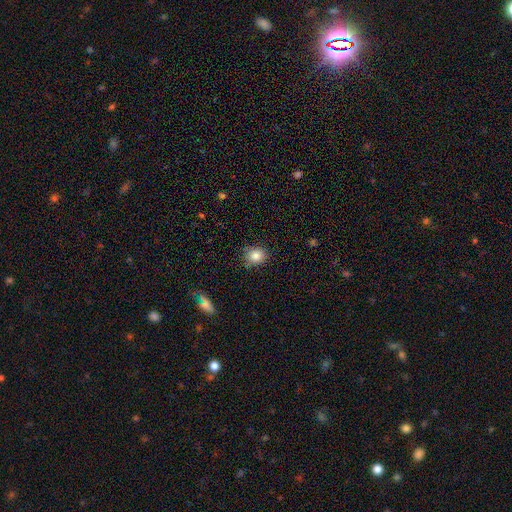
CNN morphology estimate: Smooth or featured? smooth (83%)
How rounded? round (72%)
Merging? none (82%)